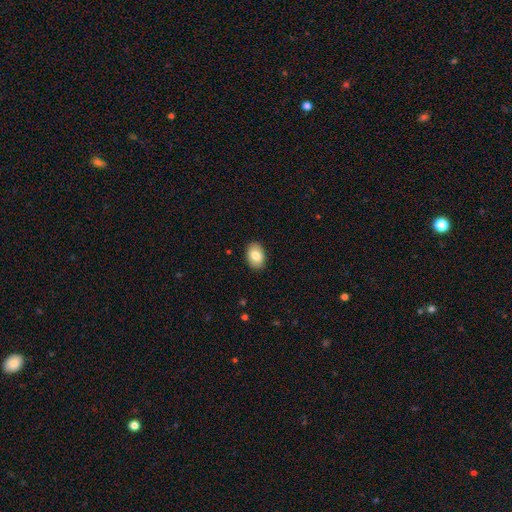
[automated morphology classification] This appears to be a smooth galaxy with no disk features (82%) that is in between round and cigar-shaped (83%). Merging: none (89%).